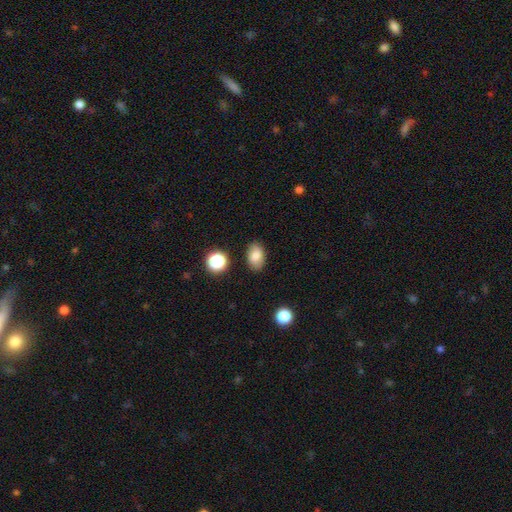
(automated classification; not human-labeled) Q: Smooth or featured?
A: smooth (82%); runner-up: star or artifact (10%)
Q: How rounded?
A: in between (87%); runner-up: round (11%)
Q: Merging?
A: none (84%); runner-up: minor disturbance (11%)